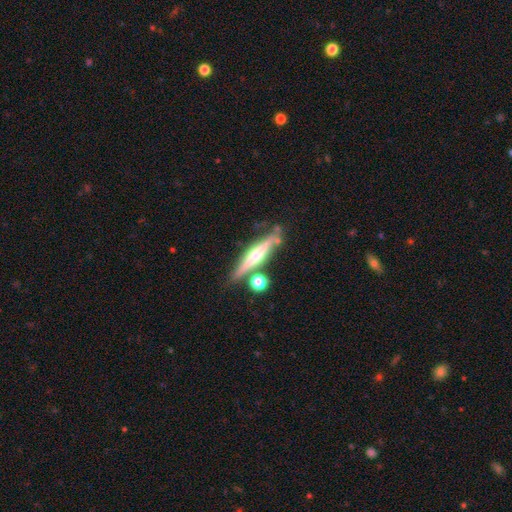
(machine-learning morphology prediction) smooth_or_featured: featured or disk (p=0.72) [alt: smooth p=0.21]
disk_edge_on: yes (p=0.95) [alt: no p=0.05]
edge_on_bulge: rounded (p=0.87) [alt: none p=0.07]
merging: none (p=0.73) [alt: minor disturbance p=0.13]